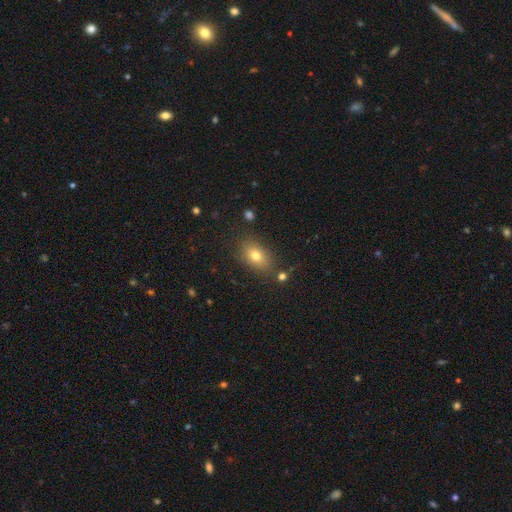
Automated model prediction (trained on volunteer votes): Smooth or featured?
  - smooth: 76% *
  - featured or disk: 12%
  - star or artifact: 12%
How rounded?
  - in between: 81% *
  - round: 16%
  - cigar-shaped: 2%
Merging?
  - none: 79% *
  - minor disturbance: 13%
  - merger: 4%
  - major disturbance: 4%